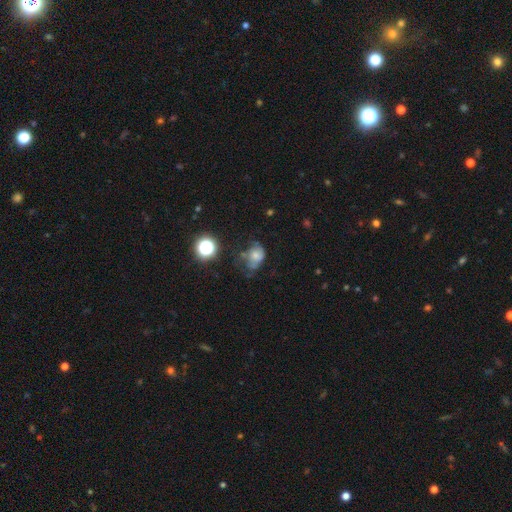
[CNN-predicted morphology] Smooth or featured? Predicted: smooth (p=0.57). How rounded? Predicted: in between (p=0.59). Merging? Predicted: major disturbance (p=0.33).